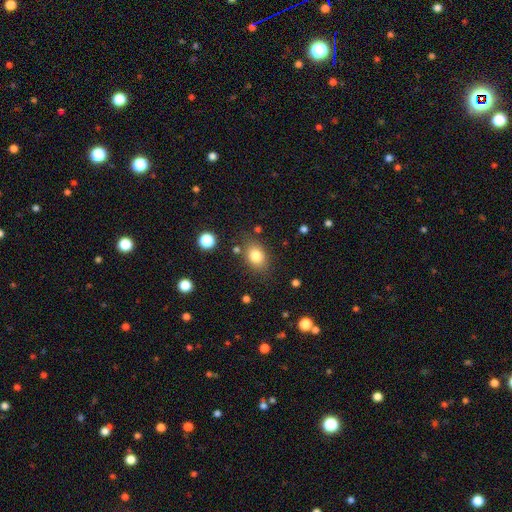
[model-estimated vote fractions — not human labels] smooth 80%, star or artifact 10%, featured or disk 9%. Down the decision tree: how rounded — in between (68%); merging — none (78%).